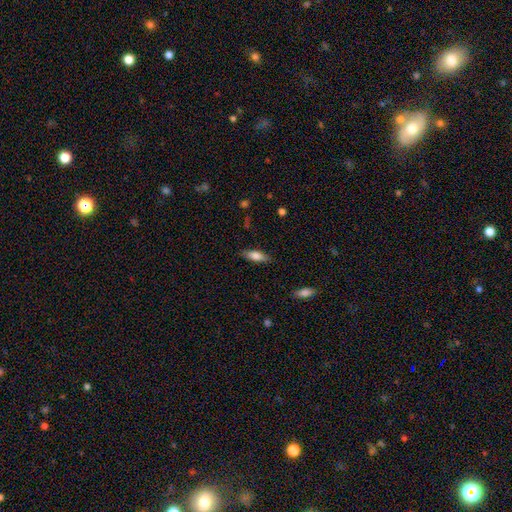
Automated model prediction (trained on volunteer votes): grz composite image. It shows a smooth galaxy with no disk features (76%) that is in between round and cigar-shaped (61%). Merging: none (84%).